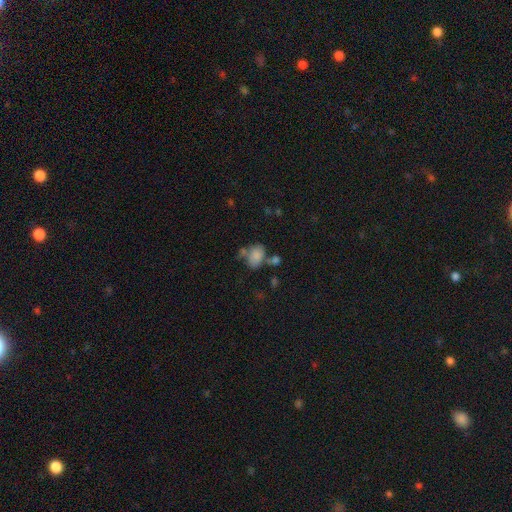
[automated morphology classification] Smooth or featured?
  - smooth: 79% *
  - featured or disk: 11%
  - star or artifact: 10%
How rounded?
  - in between: 69% *
  - round: 30%
  - cigar-shaped: 1%
Merging?
  - none: 43% *
  - merger: 27%
  - minor disturbance: 20%
  - major disturbance: 10%